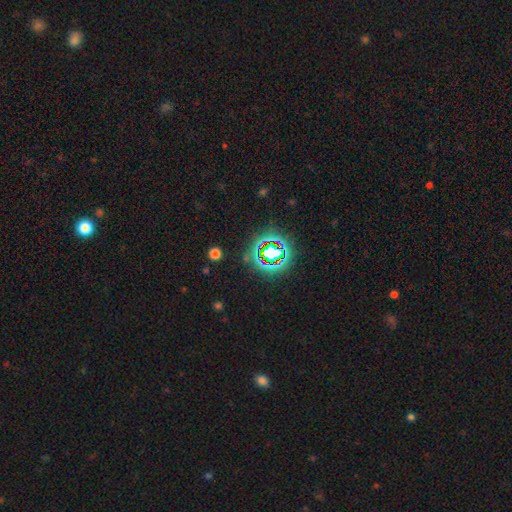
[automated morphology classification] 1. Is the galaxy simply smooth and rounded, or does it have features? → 73% star or artifact, 16% smooth, 11% featured or disk.